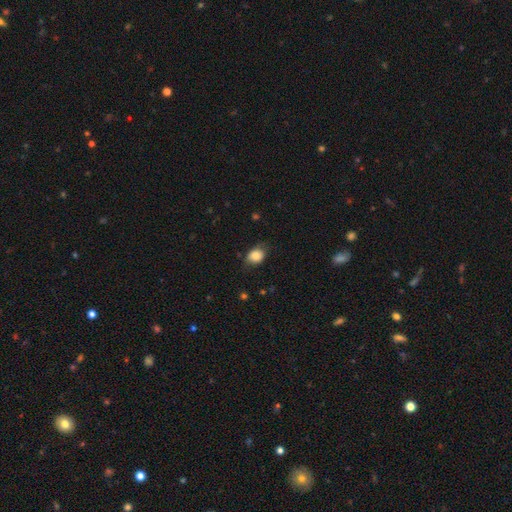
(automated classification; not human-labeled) smooth_or_featured: smooth (p=0.83) [alt: featured or disk p=0.09]
how_rounded: in between (p=0.59) [alt: round p=0.40]
merging: none (p=0.70) [alt: minor disturbance p=0.23]